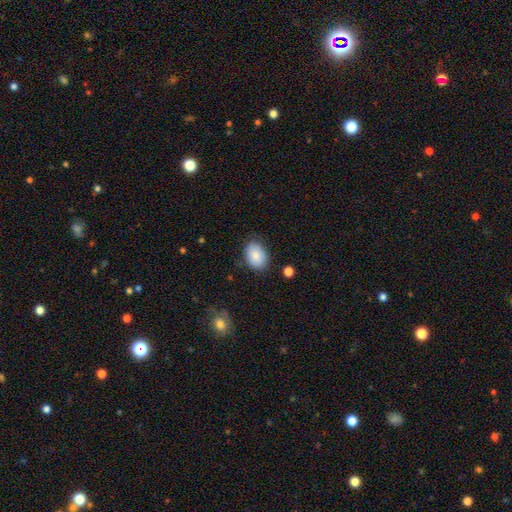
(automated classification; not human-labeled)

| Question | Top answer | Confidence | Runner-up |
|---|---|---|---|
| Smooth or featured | smooth | 85% | featured or disk (8%) |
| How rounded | in between | 79% | round (20%) |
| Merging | none | 81% | minor disturbance (14%) |